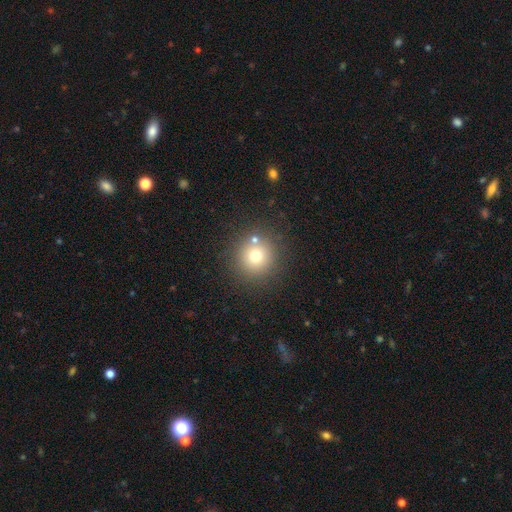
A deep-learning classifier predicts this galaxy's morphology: smooth_or_featured: smooth (p=0.72) [alt: star or artifact p=0.16]
how_rounded: round (p=0.94) [alt: in between p=0.05]
merging: none (p=0.80) [alt: merger p=0.09]